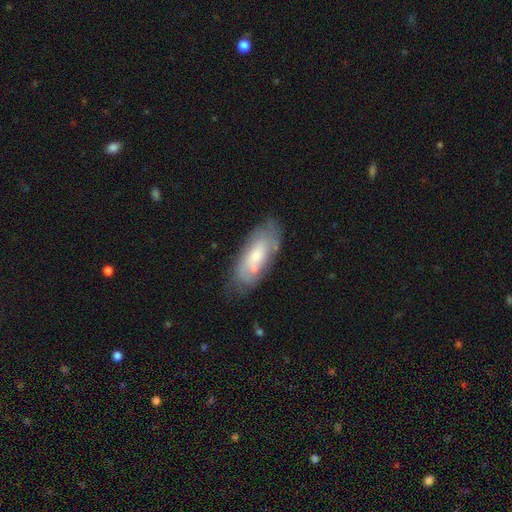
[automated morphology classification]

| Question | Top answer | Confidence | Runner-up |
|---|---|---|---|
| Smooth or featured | smooth | 47% | featured or disk (46%) |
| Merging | none | 65% | minor disturbance (23%) |